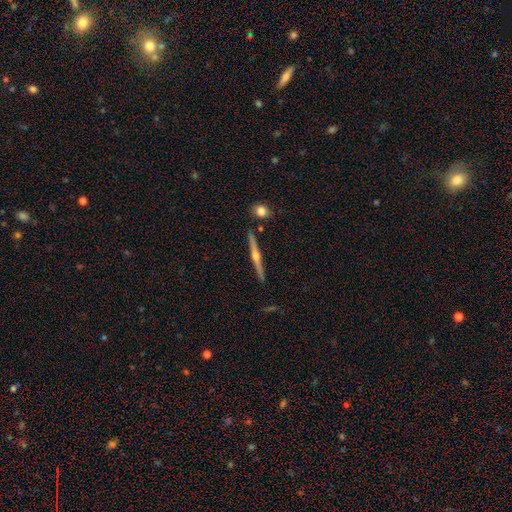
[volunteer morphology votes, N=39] Volunteers were most divided on "smooth or featured": featured or disk: 85%, smooth: 10%, star or artifact: 5%. More confident: edge-on disk — yes (100%); edge-on bulge — rounded (97%); merging — none (95%).